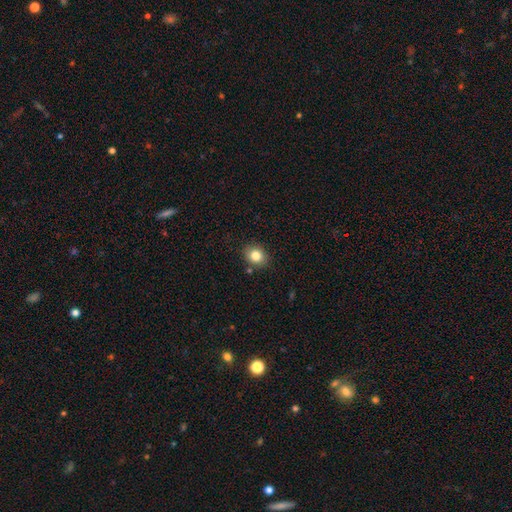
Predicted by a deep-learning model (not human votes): This is clearly a smooth galaxy (82%). How rounded: possibly round (59%). Merging: clearly none (85%).